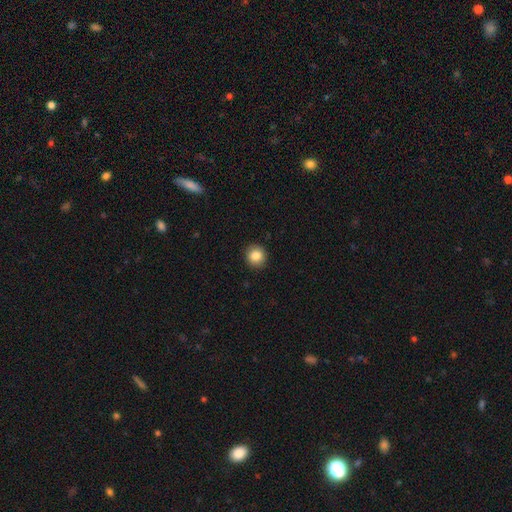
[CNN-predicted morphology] Smooth or featured?
  - smooth: 85% *
  - star or artifact: 9%
  - featured or disk: 6%
How rounded?
  - round: 91% *
  - in between: 8%
  - cigar-shaped: 1%
Merging?
  - none: 92% *
  - minor disturbance: 5%
  - major disturbance: 2%
  - merger: 1%